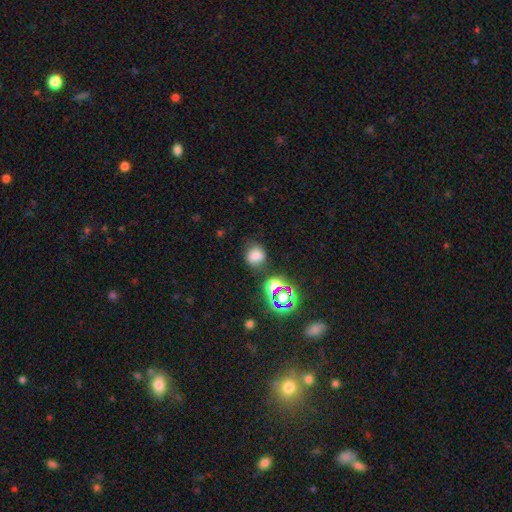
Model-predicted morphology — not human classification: type=smooth (72%); roundness=round (74%); merging=none (71%).